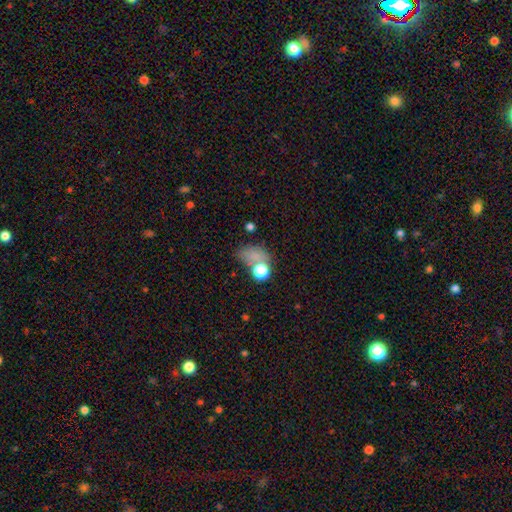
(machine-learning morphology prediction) This is likely a smooth galaxy (67%). How rounded: likely in between (62%). Merging: marginally none (44%).